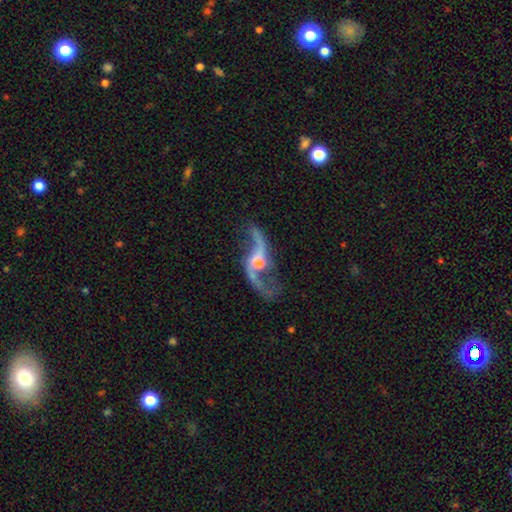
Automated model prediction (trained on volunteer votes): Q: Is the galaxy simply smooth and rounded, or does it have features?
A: featured or disk — 91%.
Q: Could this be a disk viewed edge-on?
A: no — 94%.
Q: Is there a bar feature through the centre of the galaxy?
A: no — 54%.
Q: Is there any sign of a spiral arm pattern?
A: yes — 96%.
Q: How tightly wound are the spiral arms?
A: loose — 90%.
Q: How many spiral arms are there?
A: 2 — 94%.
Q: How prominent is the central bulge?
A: moderate — 66%.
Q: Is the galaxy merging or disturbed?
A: none — 72%.